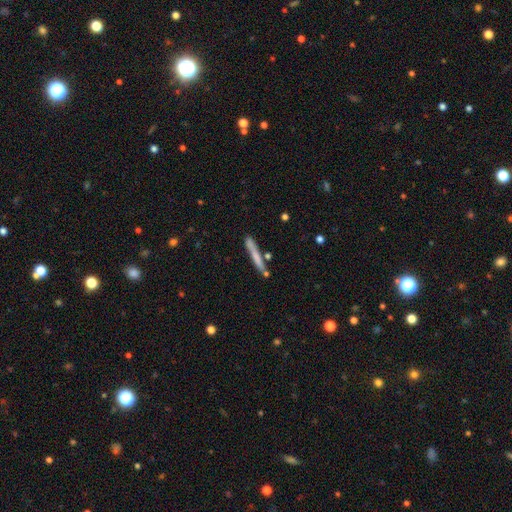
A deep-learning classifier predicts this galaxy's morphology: type=smooth (63%); roundness=cigar-shaped (96%); merging=none (78%).